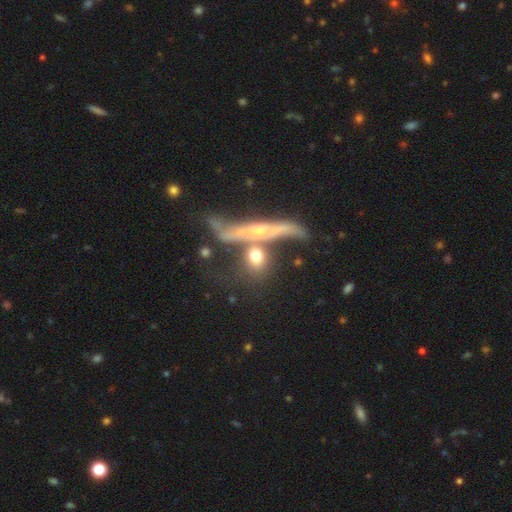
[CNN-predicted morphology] A smooth galaxy with no disk features (57%) that is round (40%).

Vote fractions:
- Smooth or featured? smooth: 57% / featured or disk: 34% / star or artifact: 9%
- How rounded? round: 40% / in between: 36% / cigar-shaped: 25%
- Merging? merger: 39% / none: 35% / minor disturbance: 13% / major disturbance: 13%